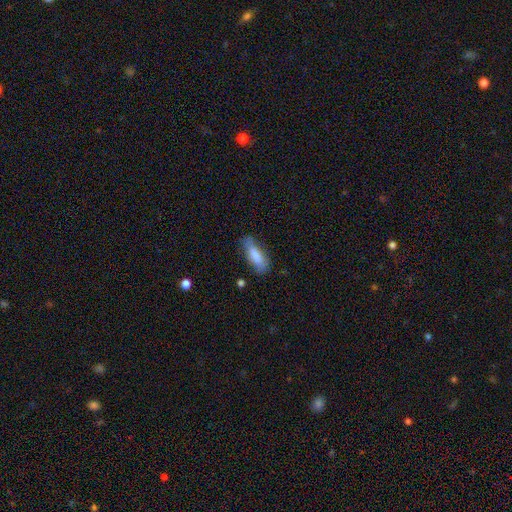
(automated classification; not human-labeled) Smooth or featured: smooth — 82% (featured or disk — 12%)
How rounded: in between — 57% (cigar-shaped — 42%)
Merging: none — 71% (minor disturbance — 22%)